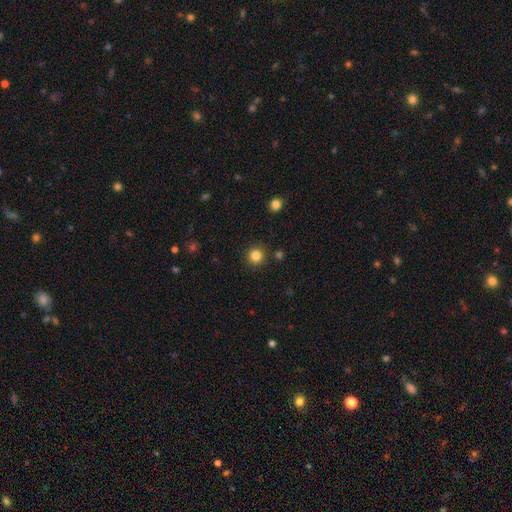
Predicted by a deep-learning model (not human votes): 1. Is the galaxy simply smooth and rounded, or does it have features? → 84% smooth, 12% star or artifact, 4% featured or disk.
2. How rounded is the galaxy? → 95% round, 4% in between, 1% cigar-shaped.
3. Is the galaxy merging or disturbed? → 90% none, 5% minor disturbance, 2% merger, 2% major disturbance.